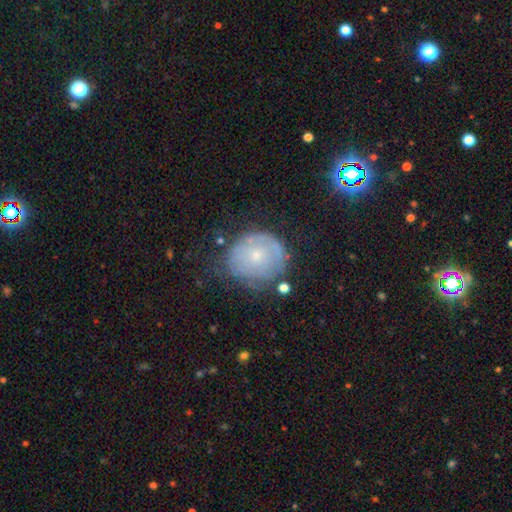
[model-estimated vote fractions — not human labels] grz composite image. It shows a featured or disk galaxy (48%). Merging: none (61%).